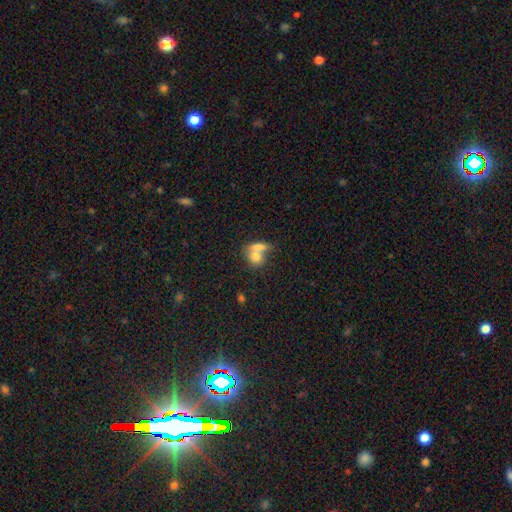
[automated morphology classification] Q: Smooth or featured?
A: smooth (77%); runner-up: featured or disk (15%)
Q: How rounded?
A: in between (52%); runner-up: round (43%)
Q: Merging?
A: merger (59%); runner-up: none (29%)